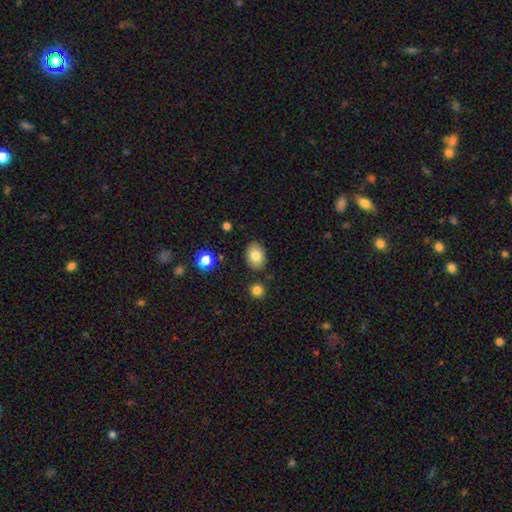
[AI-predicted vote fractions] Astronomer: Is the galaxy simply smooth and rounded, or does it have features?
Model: smooth — 82%.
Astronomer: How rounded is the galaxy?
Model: in between — 71%.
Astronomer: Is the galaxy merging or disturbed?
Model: none — 85%.